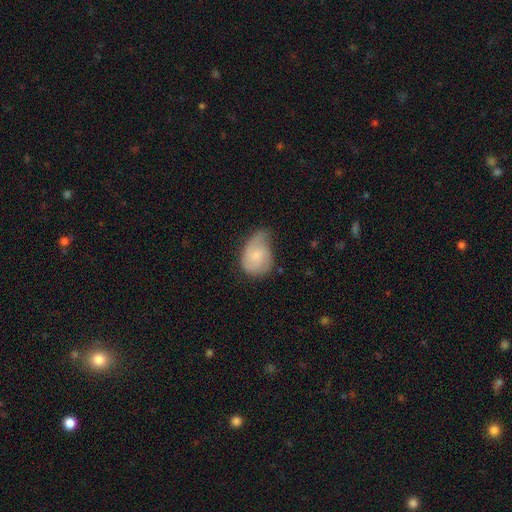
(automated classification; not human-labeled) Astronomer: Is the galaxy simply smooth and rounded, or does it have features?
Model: smooth — 58% (runner-up: featured or disk, 35%).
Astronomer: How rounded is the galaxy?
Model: in between — 68%.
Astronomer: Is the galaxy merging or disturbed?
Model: minor disturbance — 47% (runner-up: none, 27%).